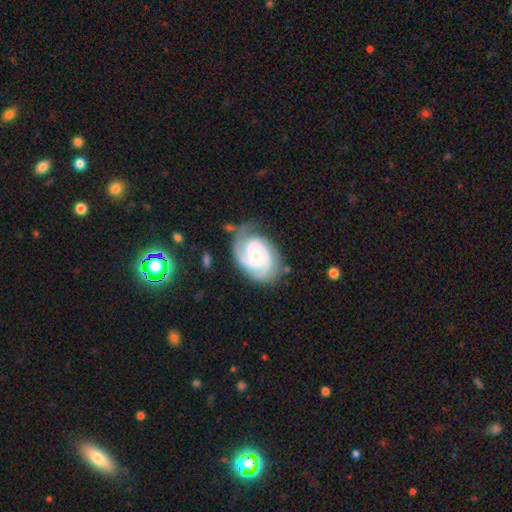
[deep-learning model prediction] Morphology: type=featured or disk (89%); edge-on=no (98%); bar=no (59%); spiral arms=yes (98%); winding=tight (62%); arm count=3 (42%); bulge=small (59%); merging=none (66%).